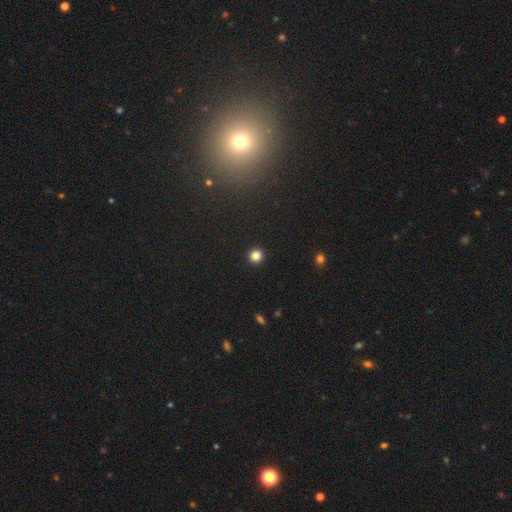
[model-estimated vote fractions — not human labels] Smooth or featured: smooth — 83% (star or artifact — 13%)
How rounded: round — 95% (in between — 4%)
Merging: none — 94% (minor disturbance — 4%)